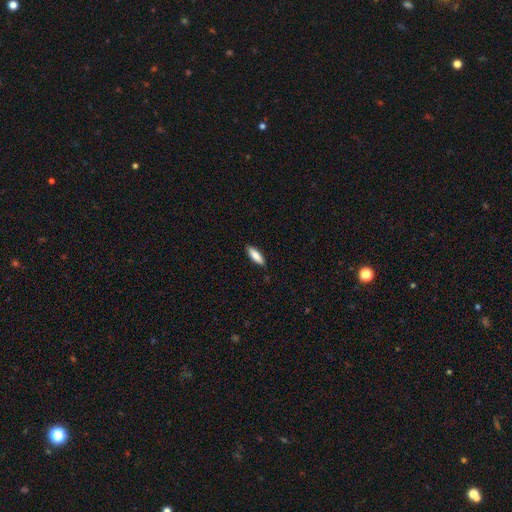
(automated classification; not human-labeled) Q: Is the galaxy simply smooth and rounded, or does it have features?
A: smooth — 82%.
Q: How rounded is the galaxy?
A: in between — 53%.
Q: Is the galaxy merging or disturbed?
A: none — 88%.